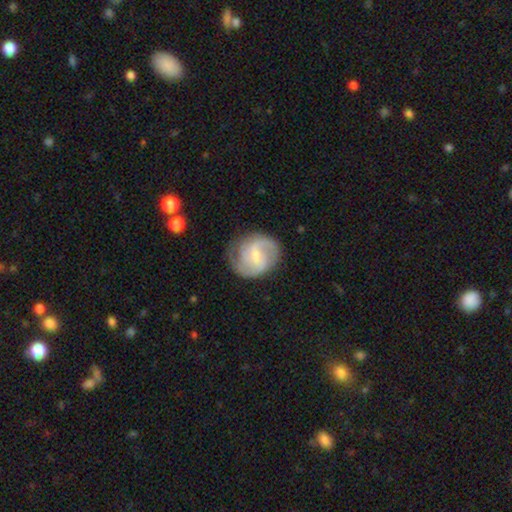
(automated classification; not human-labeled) Overall: featured or disk (81%). Edge-on disk: no (98%). Bar: weak (51%; no 35%). Spiral arms: yes (95%). Spiral arm count: 2 (70%). Spiral winding: medium (51%; tight 29%). Bulge size: small (66%; moderate 30%). Merging: none (73%).